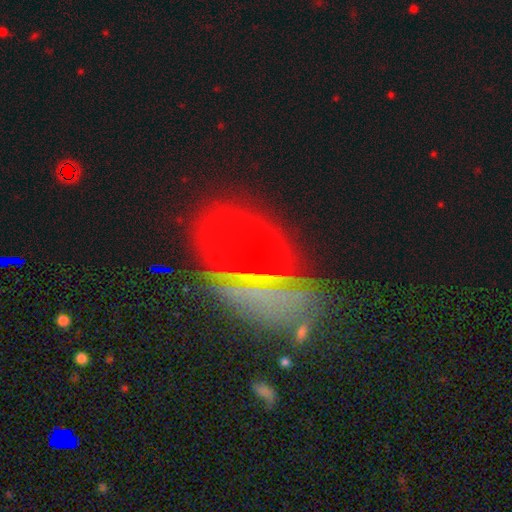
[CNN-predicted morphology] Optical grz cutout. It shows a star or artifact, not a galaxy (40%).